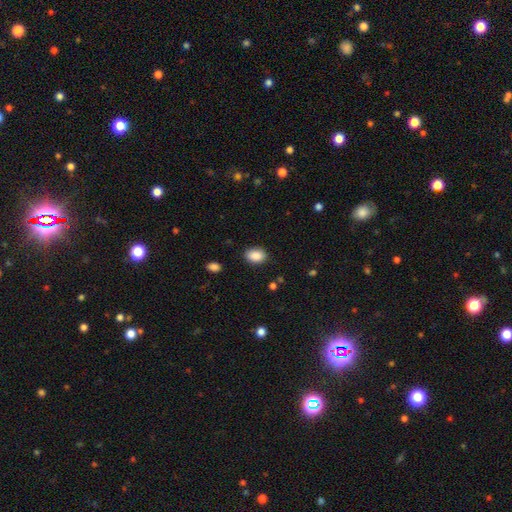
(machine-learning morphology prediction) This is clearly a smooth galaxy (89%). How rounded: likely in between (77%). Merging: clearly none (86%).